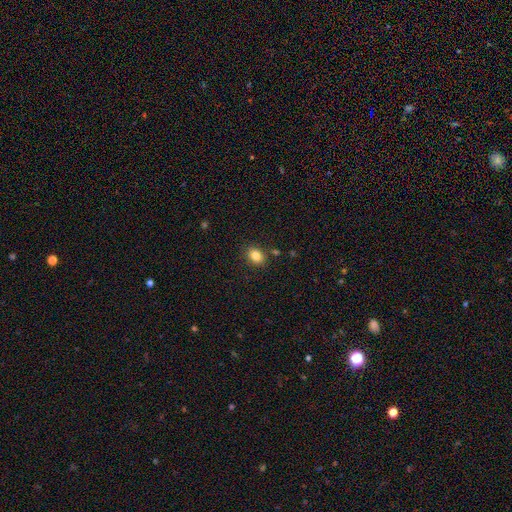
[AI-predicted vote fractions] A smooth galaxy with no disk features (83%) that is in between round and cigar-shaped (64%). Merging: none (84%).